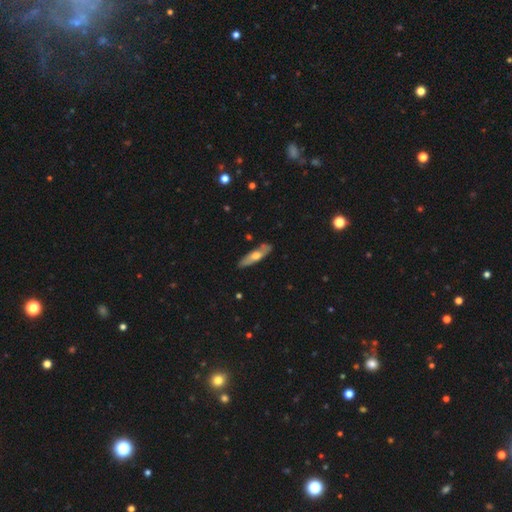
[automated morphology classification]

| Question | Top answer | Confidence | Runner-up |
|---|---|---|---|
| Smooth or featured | smooth | 48% | featured or disk (46%) |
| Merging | none | 82% | minor disturbance (14%) |